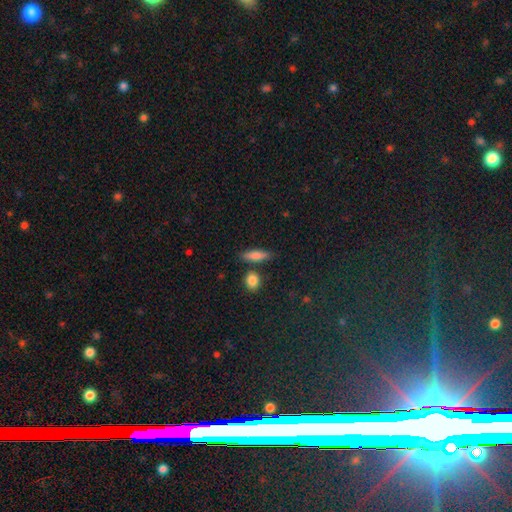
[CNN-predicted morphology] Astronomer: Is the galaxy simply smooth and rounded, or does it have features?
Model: smooth — 75%.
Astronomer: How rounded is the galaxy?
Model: cigar-shaped — 56% (runner-up: in between, 39%).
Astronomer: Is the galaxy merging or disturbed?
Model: none — 79%.